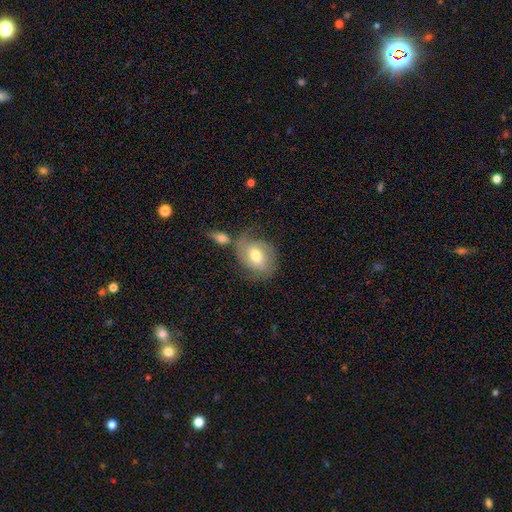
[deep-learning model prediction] Morphology: type=smooth (50%); roundness=in between (63%); merging=none (48%).